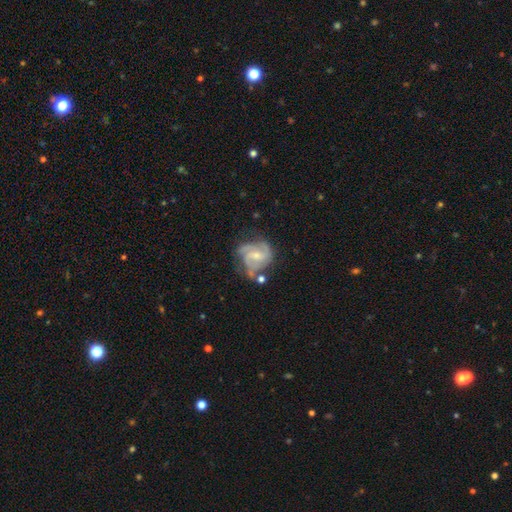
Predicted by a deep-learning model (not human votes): smooth_or_featured: featured or disk (p=0.83) [alt: smooth p=0.11]
disk_edge_on: no (p=0.98) [alt: yes p=0.02]
bar: weak (p=0.46) [alt: no p=0.42]
has_spiral_arms: yes (p=0.95) [alt: no p=0.05]
spiral_winding: medium (p=0.49) [alt: tight p=0.37]
spiral_arm_count: 3 (p=0.41) [alt: 2 p=0.33]
bulge_size: small (p=0.56) [alt: moderate p=0.37]
merging: none (p=0.49) [alt: minor disturbance p=0.26]